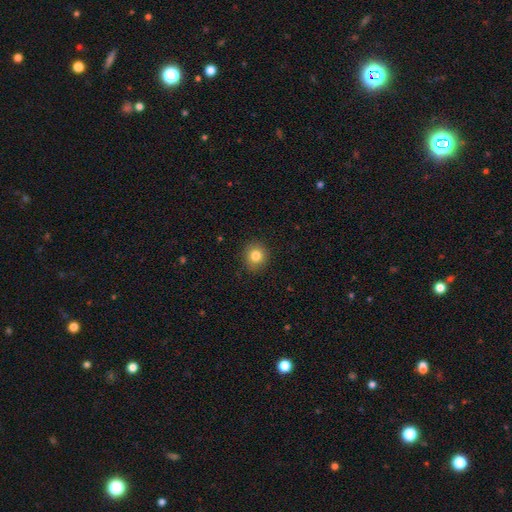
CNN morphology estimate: Smooth or featured?
  - smooth: 83% *
  - star or artifact: 11%
  - featured or disk: 6%
How rounded?
  - round: 84% *
  - in between: 15%
  - cigar-shaped: 1%
Merging?
  - none: 89% *
  - minor disturbance: 8%
  - major disturbance: 2%
  - merger: 1%